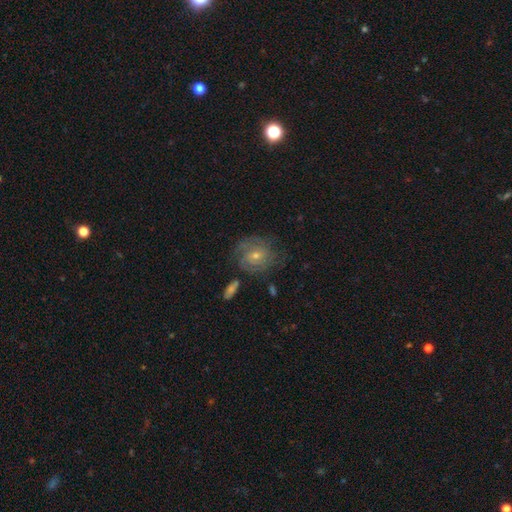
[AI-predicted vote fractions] This is likely a featured or disk galaxy (67%). It is clearly not viewed edge-on (97%). Bar: likely no (61%). Spiral arm pattern: clearly yes (86%). Spiral arm count: marginally can't tell (41%). Spiral winding: possibly tight (57%). Central bulge: possibly small (57%). Merging: likely none (69%).